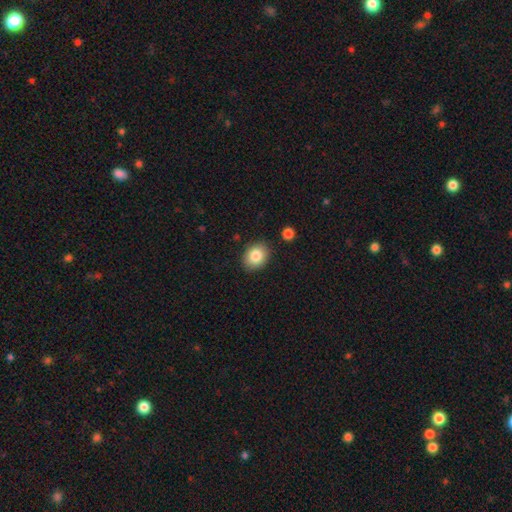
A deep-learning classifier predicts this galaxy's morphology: This is clearly a smooth galaxy (84%). How rounded: likely in between (61%). Merging: clearly none (86%).